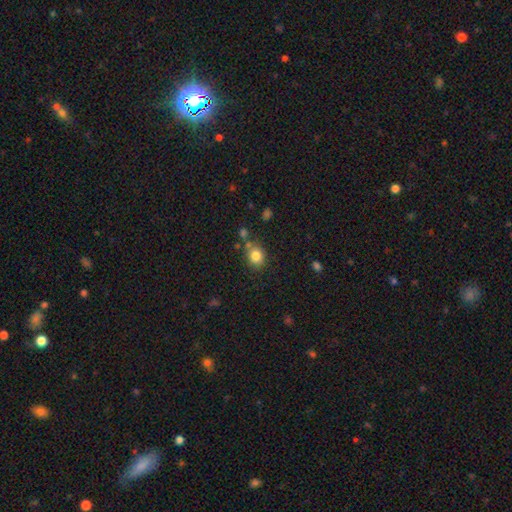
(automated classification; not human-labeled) This appears to be a smooth galaxy with no disk features (82%) that is round (69%). Merging: none (71%).